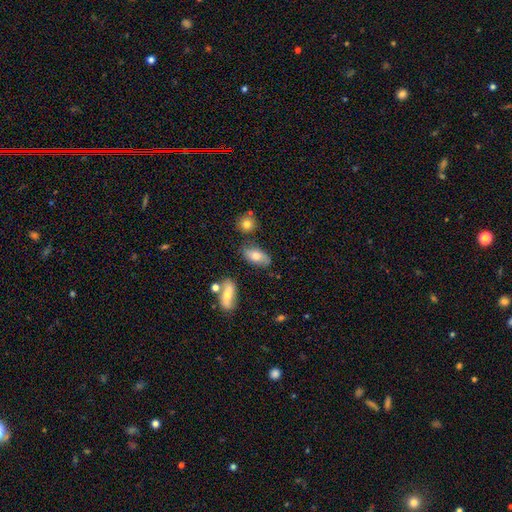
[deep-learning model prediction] A smooth galaxy with no disk features (70%) that is in between round and cigar-shaped (89%). Merging: none (72%).